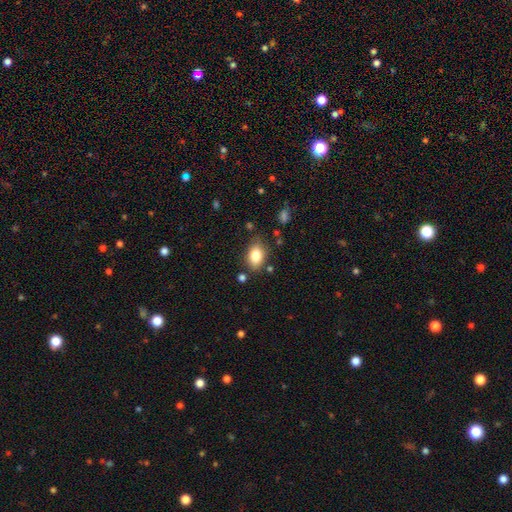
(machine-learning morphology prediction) Smooth or featured?
  - smooth: 81% *
  - featured or disk: 10%
  - star or artifact: 9%
How rounded?
  - in between: 84% *
  - round: 14%
  - cigar-shaped: 2%
Merging?
  - none: 78% *
  - minor disturbance: 15%
  - major disturbance: 4%
  - merger: 3%